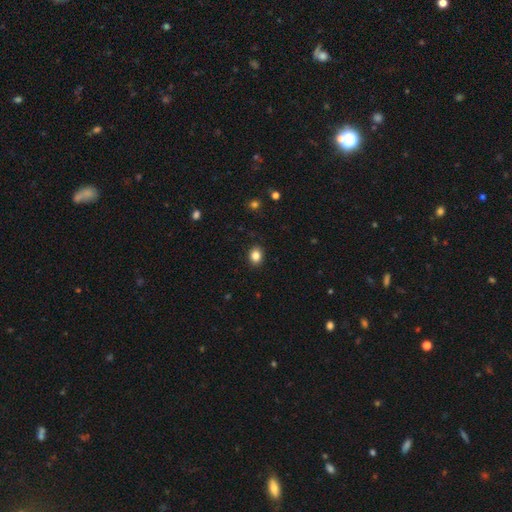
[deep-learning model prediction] A smooth galaxy with no disk features (85%) that is round (52%). Merging: none (90%).